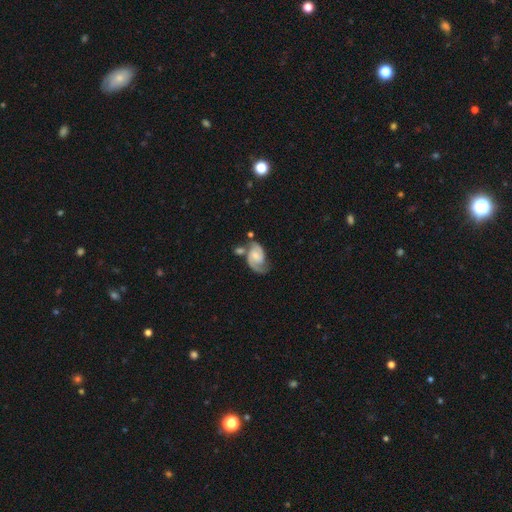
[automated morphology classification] Smooth or featured? Predicted: featured or disk (p=0.82). Edge-on disk? Predicted: no (p=0.98). Bar? Predicted: no (p=0.54). Spiral arms? Predicted: yes (p=0.96). Spiral winding? Predicted: medium (p=0.51). Spiral arm count? Predicted: 2 (p=0.81). Bulge size? Predicted: small (p=0.48). Merging? Predicted: none (p=0.45).